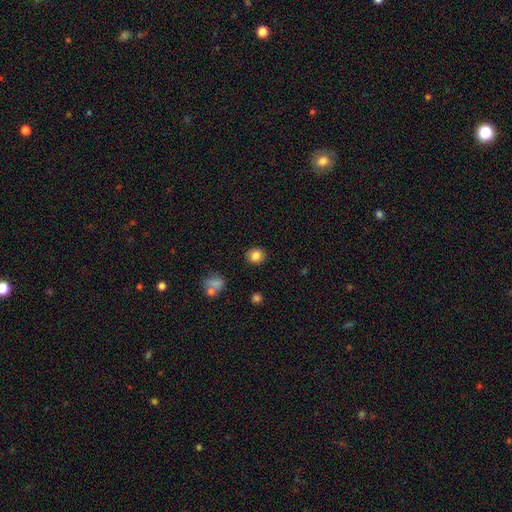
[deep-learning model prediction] A smooth galaxy with no disk features (83%) that is round (82%). Merging: none (89%).